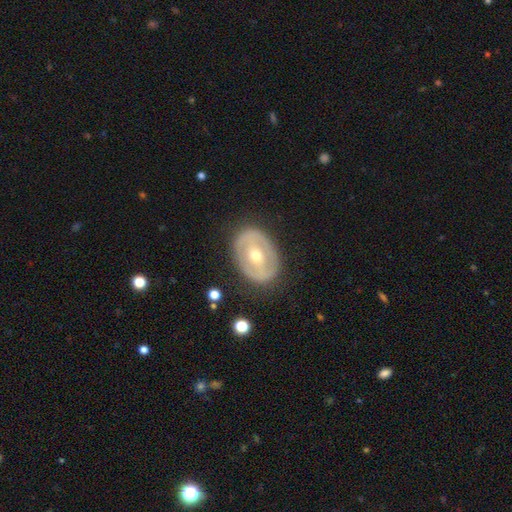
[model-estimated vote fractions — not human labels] Overall: featured or disk (67%). Edge-on disk: no (93%). Bar: no (37%; weak 32%). Spiral arms: no (74%). Bulge size: moderate (60%; small 36%). Merging: none (81%).